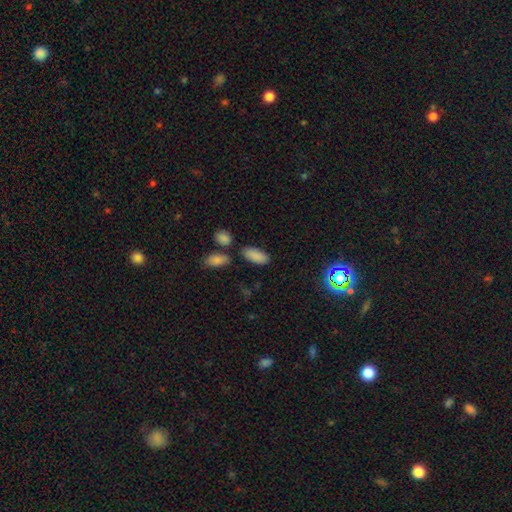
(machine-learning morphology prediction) The model was most divided on "merging": none: 73%, minor disturbance: 13%, merger: 10%, major disturbance: 4%. More confident: how rounded — in between (89%); smooth or featured — smooth (86%).